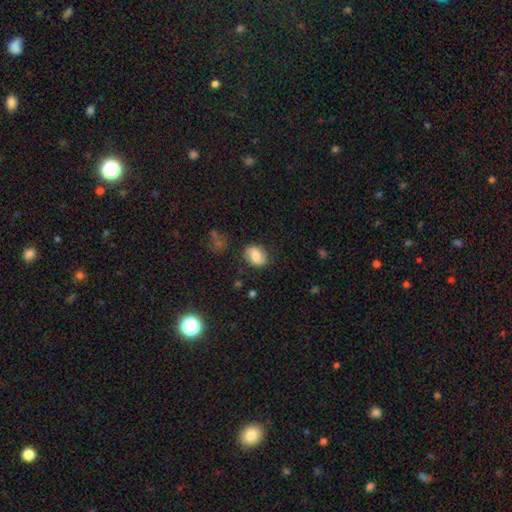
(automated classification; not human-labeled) Smooth or featured? Predicted: smooth (p=0.54). How rounded? Predicted: in between (p=0.61). Merging? Predicted: none (p=0.77).